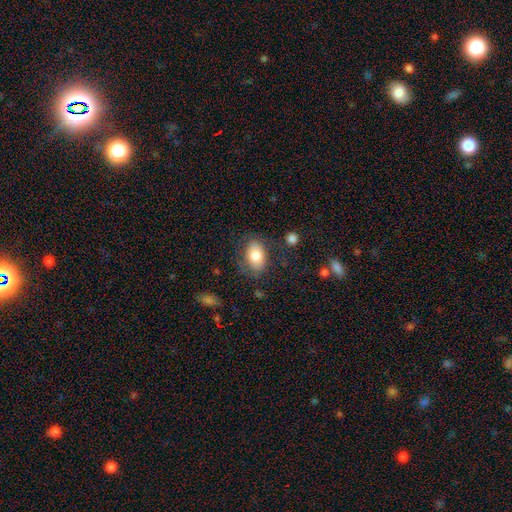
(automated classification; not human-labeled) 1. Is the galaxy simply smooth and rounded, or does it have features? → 77% smooth, 16% featured or disk, 7% star or artifact.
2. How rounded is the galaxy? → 88% in between, 11% round, 1% cigar-shaped.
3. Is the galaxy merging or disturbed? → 71% none, 19% minor disturbance, 8% major disturbance, 3% merger.